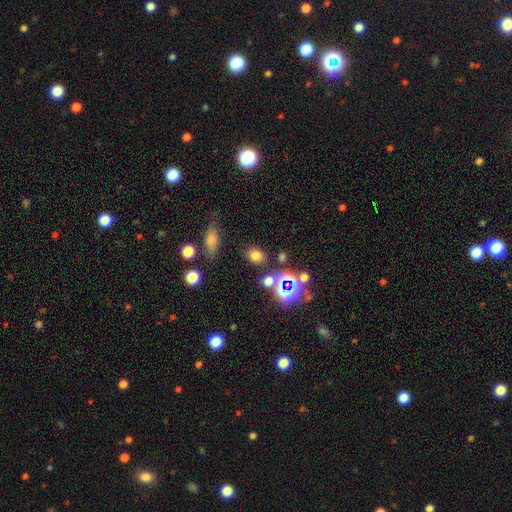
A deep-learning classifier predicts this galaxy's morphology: smooth 72%, star or artifact 20%, featured or disk 7%. Down the decision tree: how rounded — round (51%); merging — none (81%).